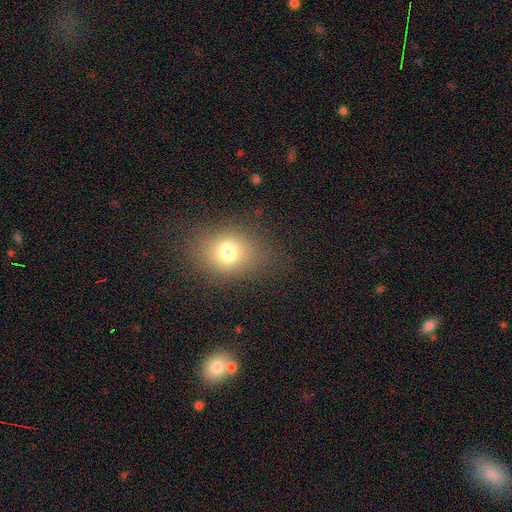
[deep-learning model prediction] Smooth or featured: smooth — 72% (star or artifact — 16%)
How rounded: in between — 58% (round — 41%)
Merging: none — 79% (minor disturbance — 15%)